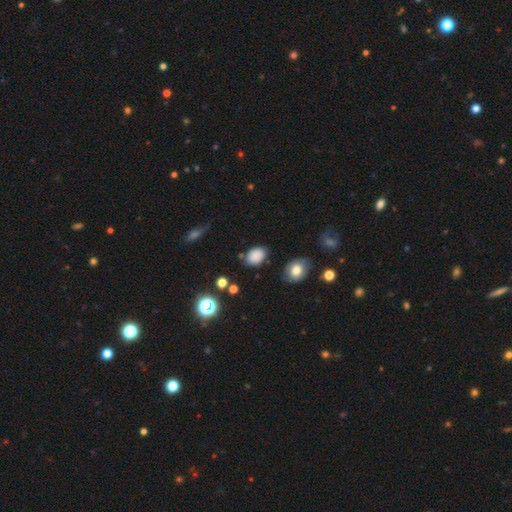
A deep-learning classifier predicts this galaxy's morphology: Smooth or featured?
  - smooth: 82% *
  - star or artifact: 12%
  - featured or disk: 6%
How rounded?
  - in between: 73% *
  - round: 26%
  - cigar-shaped: 1%
Merging?
  - none: 76% *
  - minor disturbance: 16%
  - major disturbance: 4%
  - merger: 4%